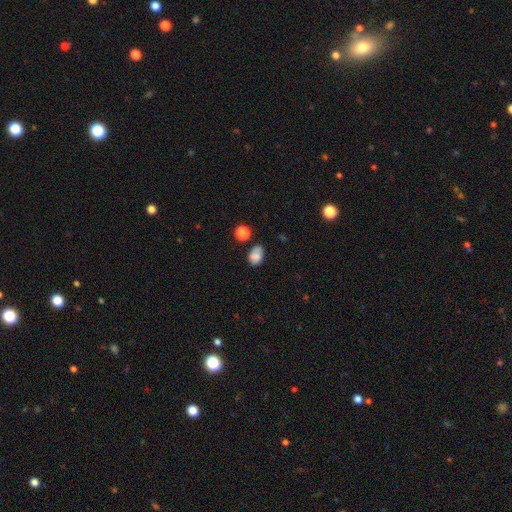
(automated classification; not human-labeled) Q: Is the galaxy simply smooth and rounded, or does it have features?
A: smooth — 78%.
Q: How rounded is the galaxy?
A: in between — 78%.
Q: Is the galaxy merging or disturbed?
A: none — 56%.